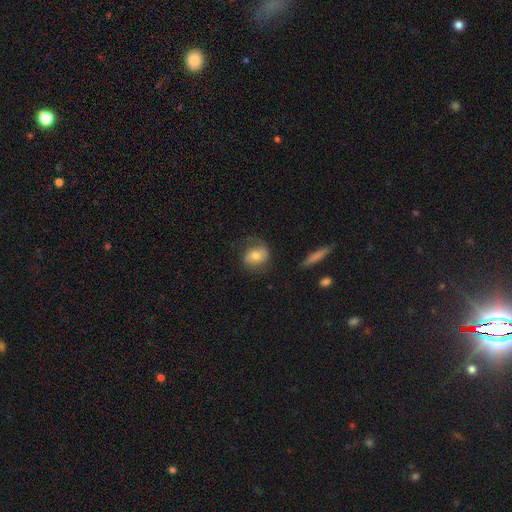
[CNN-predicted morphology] This is possibly a smooth galaxy (56%). How rounded: possibly in between (51%). Merging: likely none (61%).